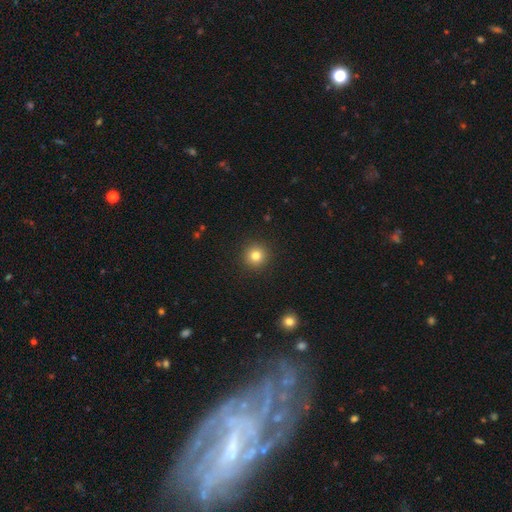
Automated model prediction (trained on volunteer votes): A smooth galaxy with no disk features (81%) that is round (95%). Merging: none (92%).